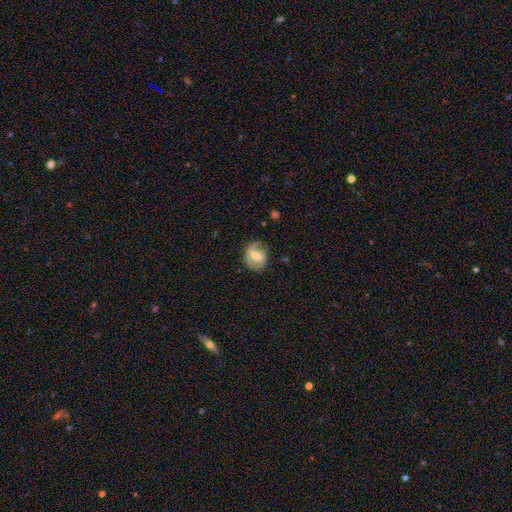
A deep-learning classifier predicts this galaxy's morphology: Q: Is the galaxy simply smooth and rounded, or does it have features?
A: featured or disk — 59%.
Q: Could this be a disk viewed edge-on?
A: no — 96%.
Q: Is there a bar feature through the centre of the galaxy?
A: weak — 44%.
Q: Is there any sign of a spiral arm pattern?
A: yes — 74%.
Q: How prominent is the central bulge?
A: moderate — 51%.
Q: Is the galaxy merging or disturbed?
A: none — 69%.